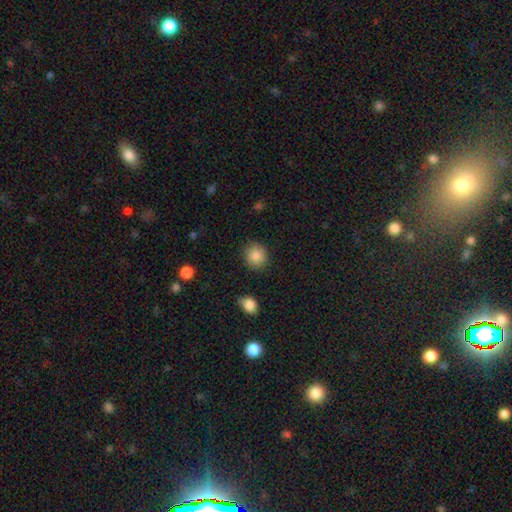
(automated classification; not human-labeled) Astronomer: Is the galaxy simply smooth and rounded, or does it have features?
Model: smooth — 86%.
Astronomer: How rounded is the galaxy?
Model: round — 86%.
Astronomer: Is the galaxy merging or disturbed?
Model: none — 88%.